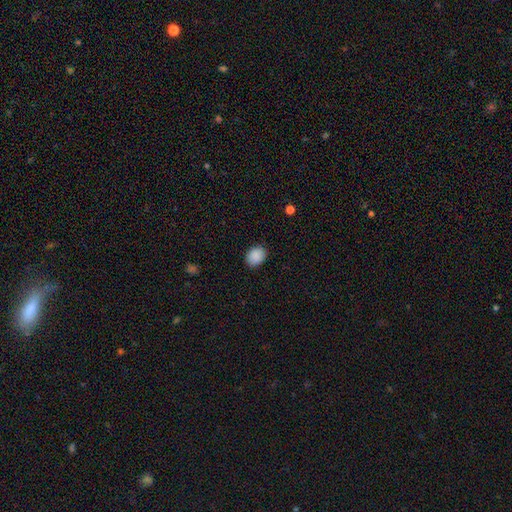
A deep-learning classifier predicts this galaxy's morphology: smooth-or-featured: smooth: 89% | star or artifact: 8% | featured or disk: 3%
  how-rounded: in between: 55% | round: 45% | cigar-shaped: 1%
  merging: none: 87% | minor disturbance: 10% | major disturbance: 2% | merger: 1%